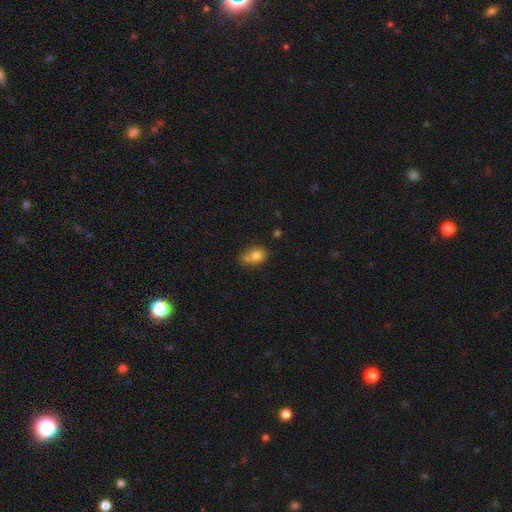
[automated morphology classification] This appears to be a smooth galaxy with no disk features (77%) that is round (50%). Merging: none (39%).